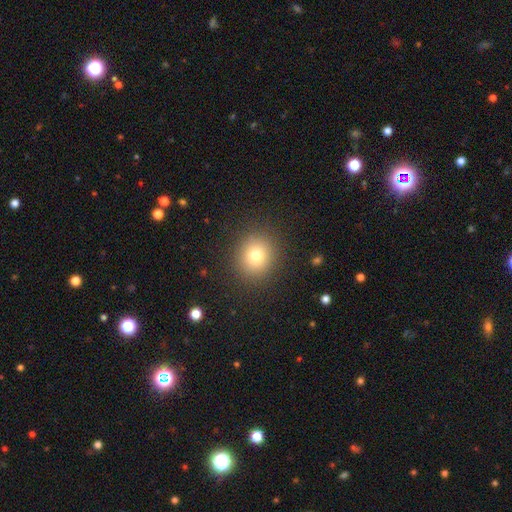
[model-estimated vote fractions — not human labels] smooth_or_featured: smooth (p=0.77) [alt: star or artifact p=0.13]
how_rounded: round (p=0.84) [alt: in between p=0.15]
merging: none (p=0.89) [alt: minor disturbance p=0.07]